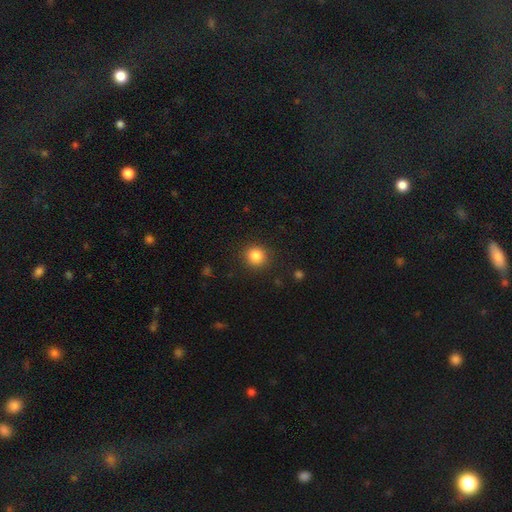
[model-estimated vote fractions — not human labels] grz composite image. It shows a smooth galaxy with no disk features (85%) that is round (89%). Merging: none (89%).